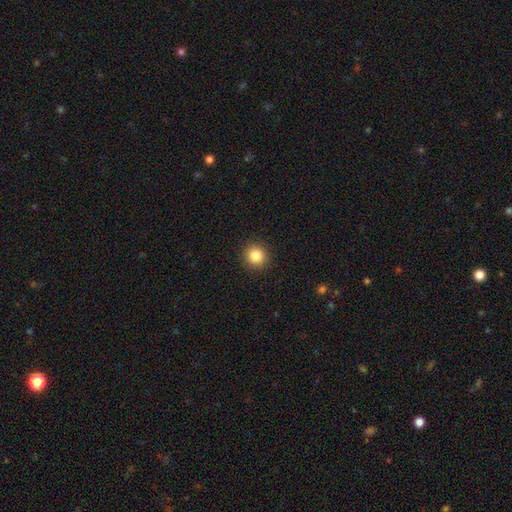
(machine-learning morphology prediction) A smooth galaxy with no disk features (85%) that is round (93%). Merging: none (92%).